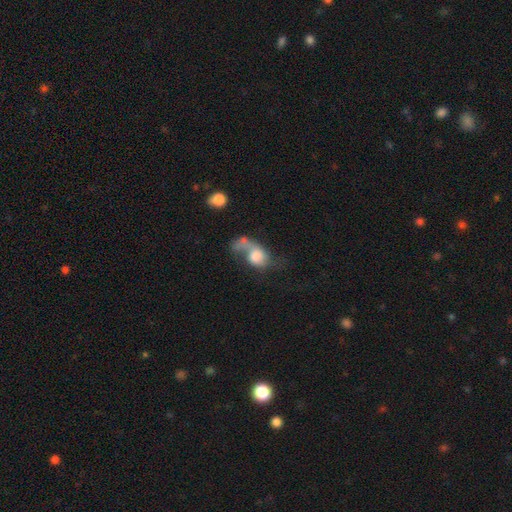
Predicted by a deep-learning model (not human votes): A smooth galaxy with no disk features (57%) that is in between round and cigar-shaped (68%). Merging: major disturbance (46%).